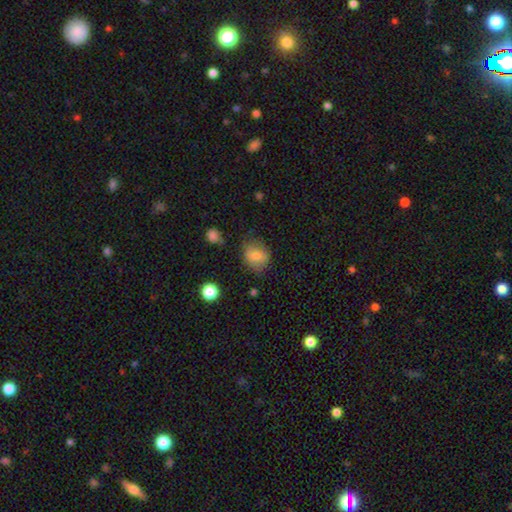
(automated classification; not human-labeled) This appears to be a smooth galaxy with no disk features (77%) that is round (51%). Merging: none (66%).